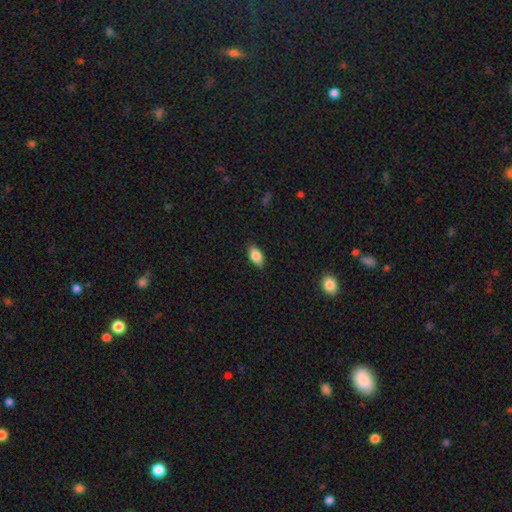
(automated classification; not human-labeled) Smooth or featured? Predicted: smooth (p=0.83). How rounded? Predicted: in between (p=0.90). Merging? Predicted: none (p=0.87).